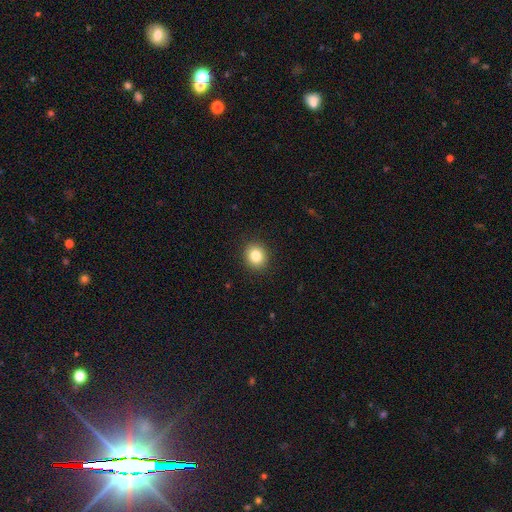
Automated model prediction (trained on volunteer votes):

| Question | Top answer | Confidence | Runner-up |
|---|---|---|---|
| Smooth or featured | smooth | 83% | star or artifact (10%) |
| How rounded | round | 79% | in between (20%) |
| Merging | none | 91% | minor disturbance (6%) |